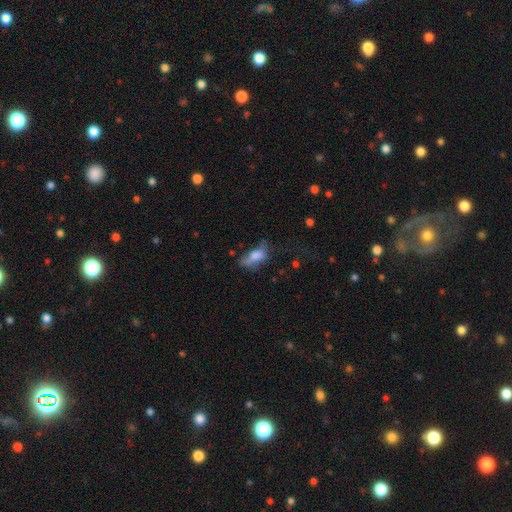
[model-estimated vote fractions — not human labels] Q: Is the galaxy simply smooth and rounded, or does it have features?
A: smooth — 60%.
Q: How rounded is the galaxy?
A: in between — 78%.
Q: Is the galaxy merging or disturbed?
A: major disturbance — 37%.